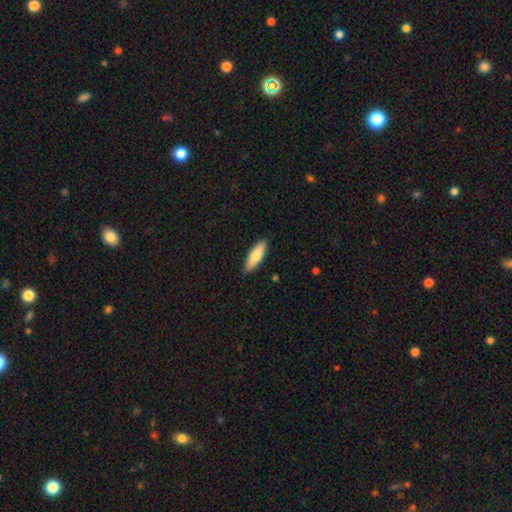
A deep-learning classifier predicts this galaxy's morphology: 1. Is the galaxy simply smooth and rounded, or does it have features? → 75% smooth, 20% featured or disk, 5% star or artifact.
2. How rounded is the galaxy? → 58% in between, 40% cigar-shaped, 2% round.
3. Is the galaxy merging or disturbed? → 88% none, 9% minor disturbance, 2% major disturbance, 1% merger.